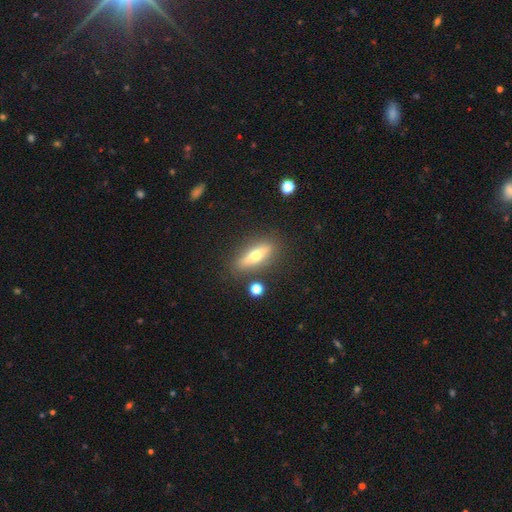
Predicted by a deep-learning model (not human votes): Smooth or featured? Predicted: featured or disk (p=0.52). Edge-on disk? Predicted: yes (p=0.81). Merging? Predicted: none (p=0.84).